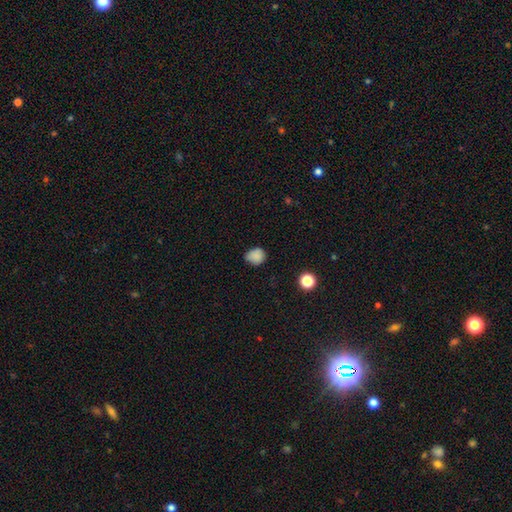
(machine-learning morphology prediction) A smooth galaxy with no disk features (84%) that is round (69%). Merging: none (65%).